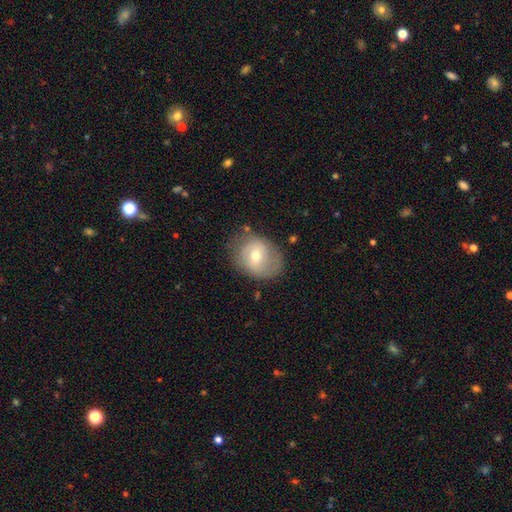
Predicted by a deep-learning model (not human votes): The model was most divided on "how rounded": in between: 50%, round: 49%, cigar-shaped: 1%. More confident: merging — none (65%); smooth or featured — smooth (55%).